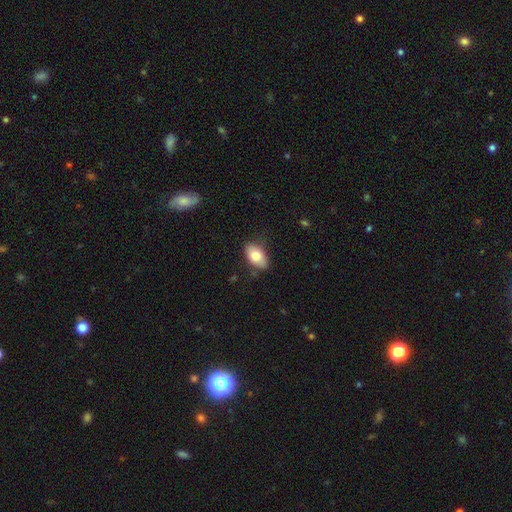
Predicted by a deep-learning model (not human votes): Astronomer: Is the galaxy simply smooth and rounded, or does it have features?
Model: smooth — 79%.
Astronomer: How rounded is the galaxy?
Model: in between — 92%.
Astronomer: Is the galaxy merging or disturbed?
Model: none — 78%.